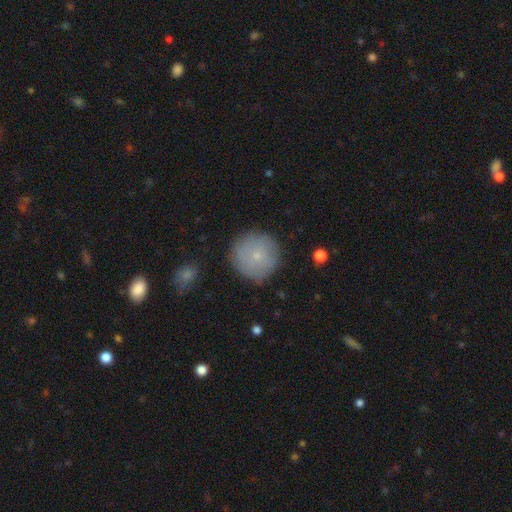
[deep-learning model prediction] A smooth galaxy with no disk features (74%) that is round (95%).

Vote fractions:
- Smooth or featured? smooth: 74% / featured or disk: 18% / star or artifact: 8%
- How rounded? round: 95% / in between: 4% / cigar-shaped: 1%
- Merging? none: 85% / minor disturbance: 10% / major disturbance: 3% / merger: 2%